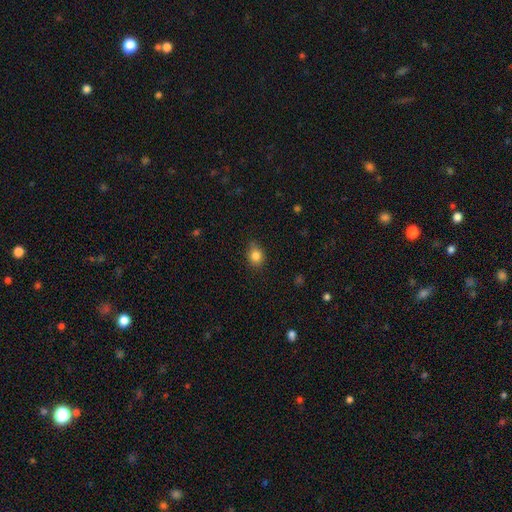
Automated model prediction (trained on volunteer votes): This is clearly a smooth galaxy (84%). How rounded: possibly round (60%). Merging: clearly none (80%).